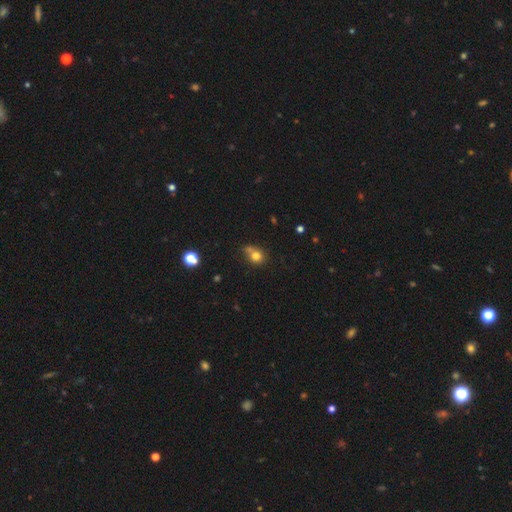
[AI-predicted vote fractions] Smooth or featured: smooth — 77% (star or artifact — 13%)
How rounded: round — 75% (in between — 24%)
Merging: none — 50% (merger — 24%)